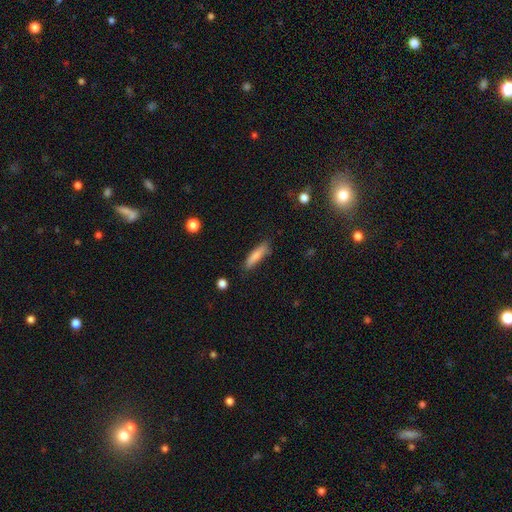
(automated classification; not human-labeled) smooth 80%, featured or disk 13%, star or artifact 6%. Down the decision tree: how rounded — cigar-shaped (74%); merging — none (79%).